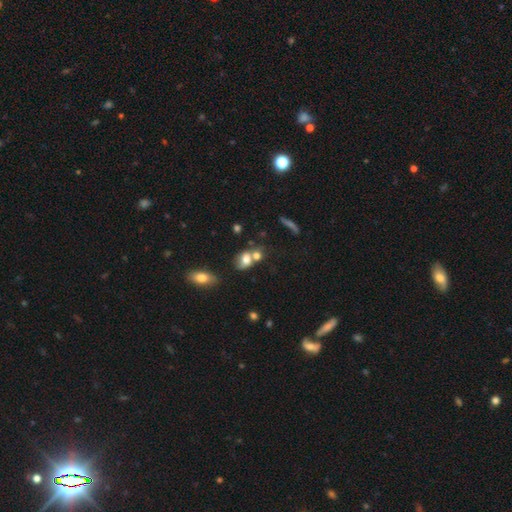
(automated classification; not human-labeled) The model was most divided on "merging": merger: 45%, none: 40%, minor disturbance: 10%, major disturbance: 5%. More confident: smooth or featured — smooth (66%); how rounded — in between (51%).